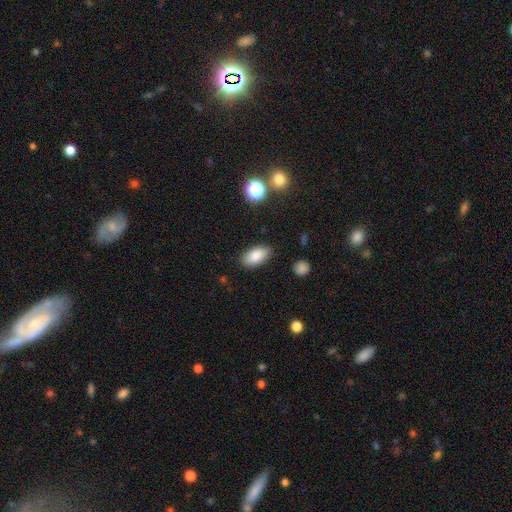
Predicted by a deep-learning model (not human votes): A smooth galaxy with no disk features (84%) that is in between round and cigar-shaped (93%).

Vote fractions:
- Smooth or featured? smooth: 84% / star or artifact: 8% / featured or disk: 8%
- How rounded? in between: 93% / round: 4% / cigar-shaped: 4%
- Merging? none: 86% / minor disturbance: 10% / major disturbance: 3% / merger: 1%